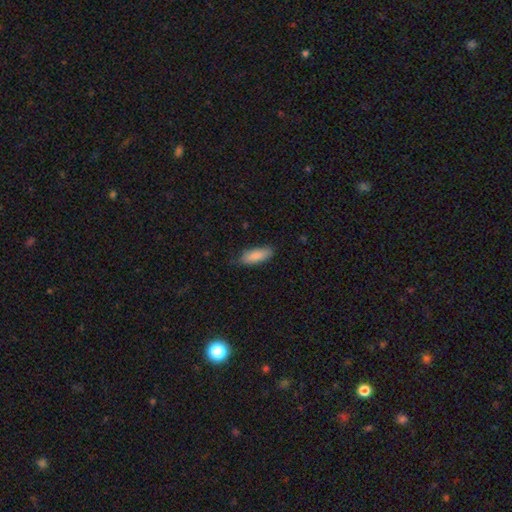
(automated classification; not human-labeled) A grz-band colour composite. It shows a smooth galaxy with no disk features (86%) that is in between round and cigar-shaped (68%). Merging: none (78%).